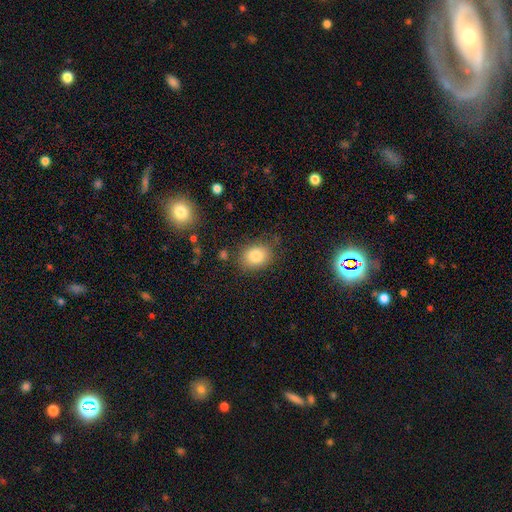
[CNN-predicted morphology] This appears to be a smooth galaxy with no disk features (82%) that is in between round and cigar-shaped (61%). Merging: none (77%).